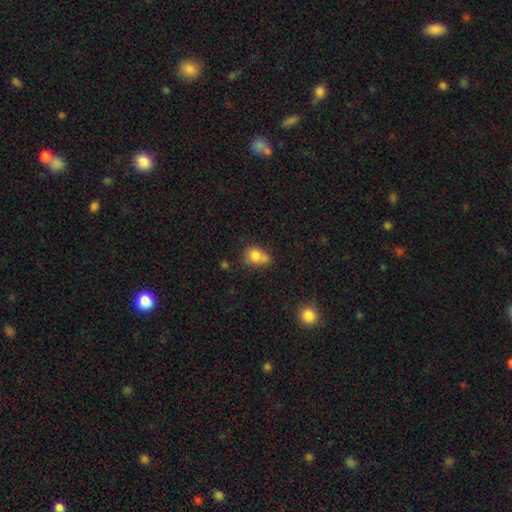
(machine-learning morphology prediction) A smooth galaxy with no disk features (78%) that is in between round and cigar-shaped (59%). Merging: none (37%).